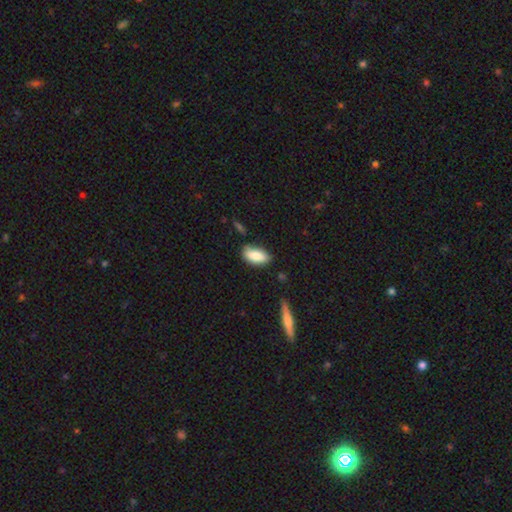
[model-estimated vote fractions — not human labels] Q: Smooth or featured?
A: smooth (84%); runner-up: featured or disk (9%)
Q: How rounded?
A: in between (90%); runner-up: cigar-shaped (7%)
Q: Merging?
A: none (69%); runner-up: minor disturbance (22%)